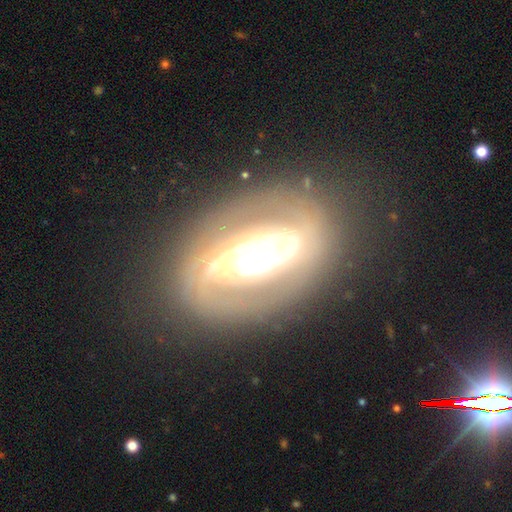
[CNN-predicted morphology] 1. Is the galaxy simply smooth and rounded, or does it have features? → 83% featured or disk, 12% smooth, 6% star or artifact.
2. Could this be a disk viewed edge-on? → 93% no, 7% yes.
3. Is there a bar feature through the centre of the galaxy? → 47% strong, 29% no, 23% weak.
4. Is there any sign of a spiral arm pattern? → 77% yes, 23% no.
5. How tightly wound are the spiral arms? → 43% tight, 39% medium, 17% loose.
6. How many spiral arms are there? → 85% 2, 8% can't tell, 3% 1, 2% 3, 1% 4, 1% more than 4.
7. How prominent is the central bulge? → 43% large, 37% moderate, 12% dominant, 6% small, 1% none.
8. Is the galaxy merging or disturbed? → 80% none, 12% minor disturbance, 7% major disturbance, 1% merger.